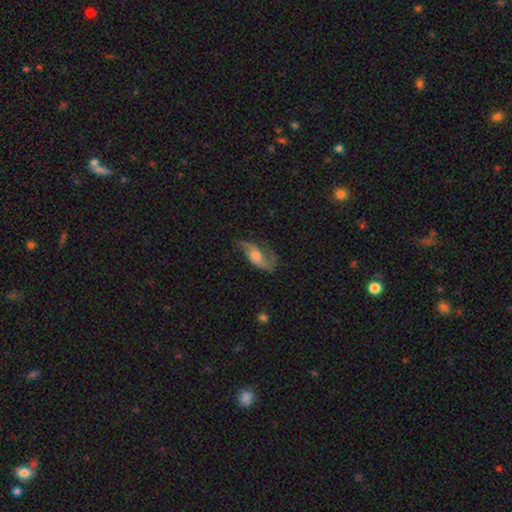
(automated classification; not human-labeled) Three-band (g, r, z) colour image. It shows a featured or disk galaxy (76%) with no bar (58%), 2 (86%) loose (61%) spiral arms (93%) and a moderate central bulge (43%). Merging: none (59%).